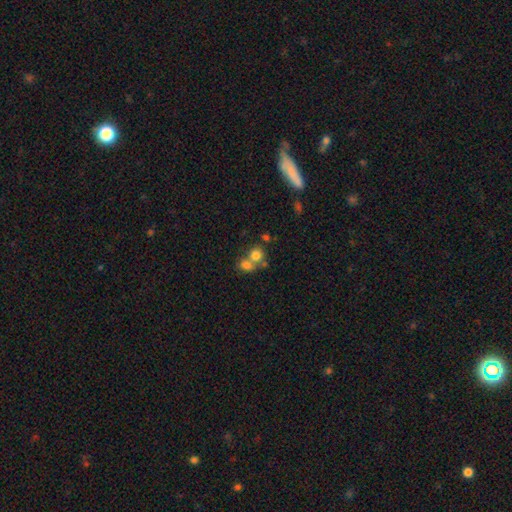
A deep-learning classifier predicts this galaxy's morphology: Q: Smooth or featured?
A: smooth (75%); runner-up: star or artifact (13%)
Q: How rounded?
A: round (80%); runner-up: in between (19%)
Q: Merging?
A: merger (51%); runner-up: none (39%)